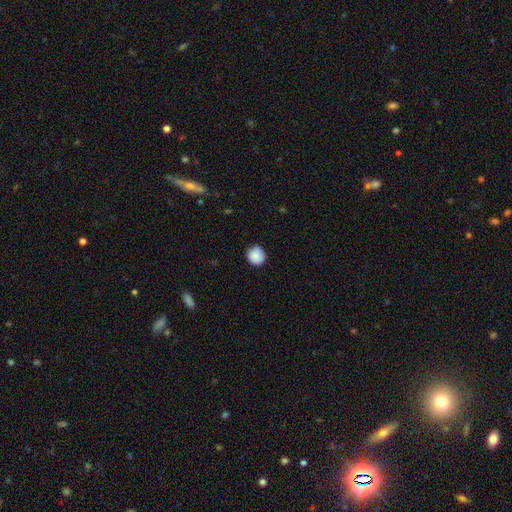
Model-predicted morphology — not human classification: Overall: smooth (88%). How rounded: round (89%). Merging: none (85%).